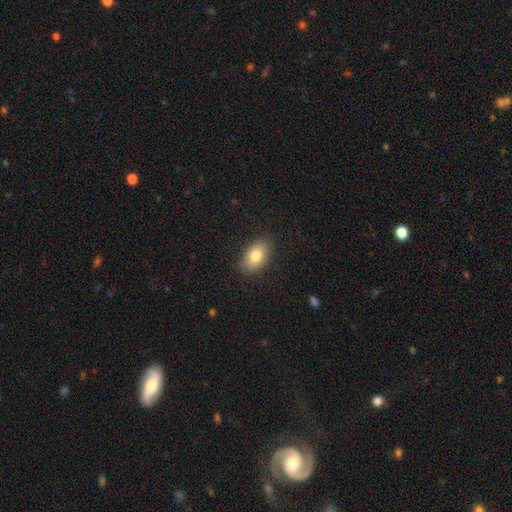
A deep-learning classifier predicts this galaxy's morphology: Overall: smooth (80%). How rounded: in between (90%). Merging: none (86%).